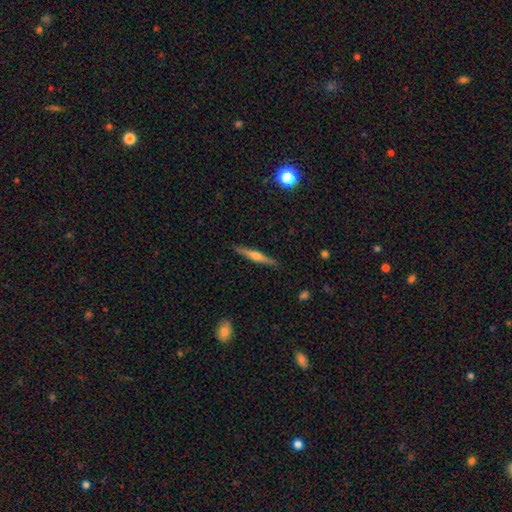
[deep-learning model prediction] A featured or disk galaxy (61%) viewed edge-on (97%) with a rounded central bulge (77%).

Vote fractions:
- Smooth or featured? featured or disk: 61% / smooth: 33% / star or artifact: 6%
- Edge-on disk? yes: 97% / no: 3%
- Edge-on bulge? rounded: 77% / none: 12% / boxy: 12%
- Merging? none: 89% / minor disturbance: 8% / major disturbance: 2% / merger: 1%